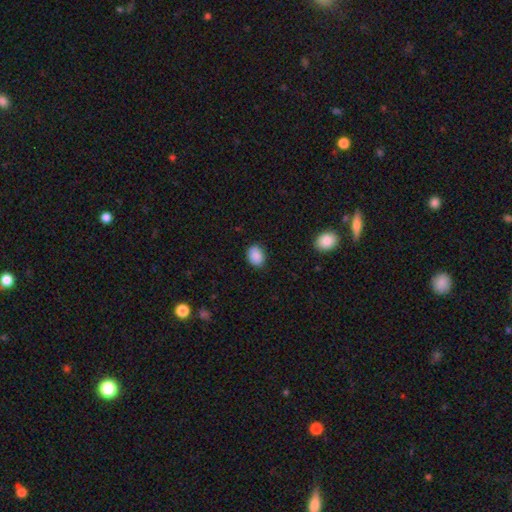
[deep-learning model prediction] smooth-or-featured: smooth: 89% | star or artifact: 8% | featured or disk: 3%
  how-rounded: in between: 68% | round: 31% | cigar-shaped: 1%
  merging: none: 86% | minor disturbance: 10% | major disturbance: 2% | merger: 1%